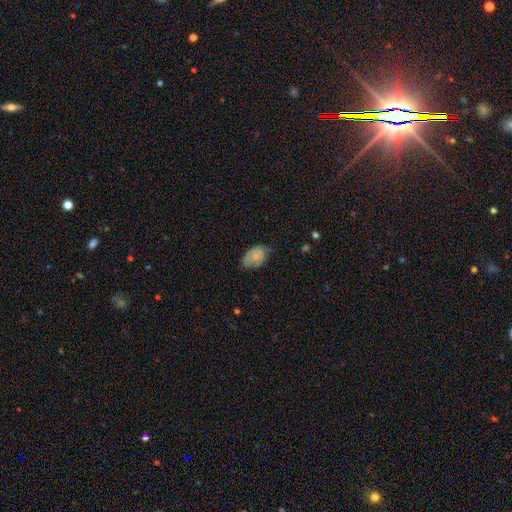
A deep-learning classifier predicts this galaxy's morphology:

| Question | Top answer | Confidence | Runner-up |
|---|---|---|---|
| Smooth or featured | smooth | 73% | featured or disk (20%) |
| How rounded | in between | 84% | round (14%) |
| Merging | none | 51% | minor disturbance (38%) |